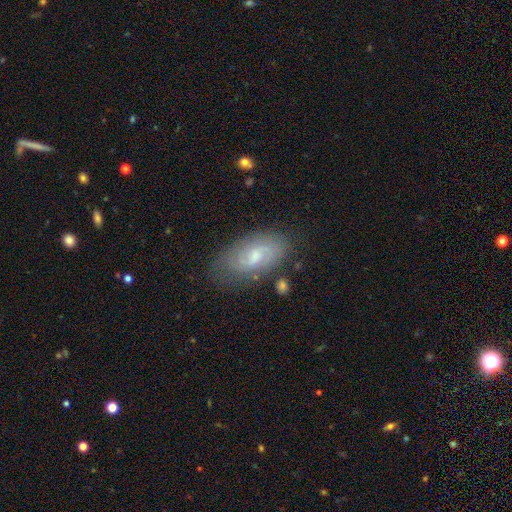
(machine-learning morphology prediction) This appears to be a featured or disk galaxy (61%) with a weak bar (56%), spiral arms (82%) and a moderate central bulge (47%). Merging: none (71%).